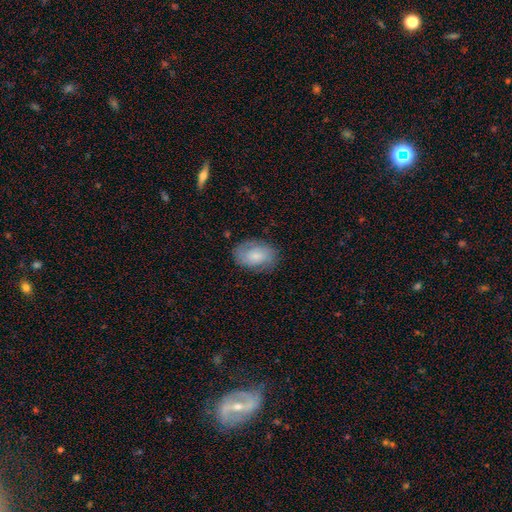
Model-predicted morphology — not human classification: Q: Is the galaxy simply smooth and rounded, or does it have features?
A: smooth — 60%.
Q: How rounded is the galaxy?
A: in between — 84%.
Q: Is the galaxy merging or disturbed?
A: none — 77%.